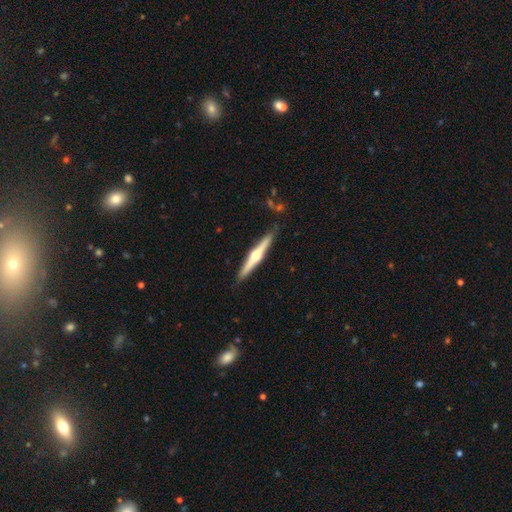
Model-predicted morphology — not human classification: Smooth or featured: featured or disk — 74% (smooth — 22%)
Edge-on disk: yes — 98% (no — 2%)
Edge-on bulge: rounded — 94% (none — 3%)
Merging: none — 89% (minor disturbance — 8%)